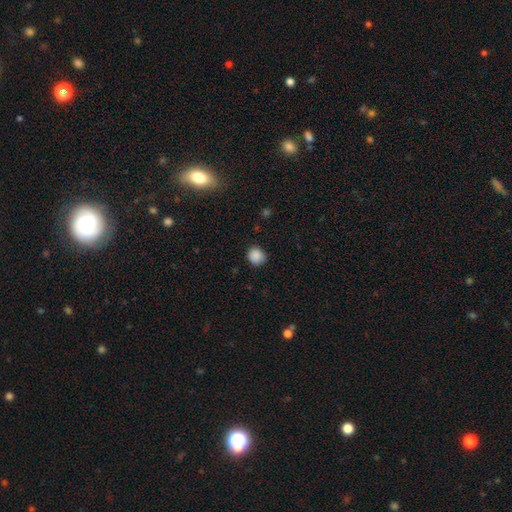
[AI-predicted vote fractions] Morphology: type=smooth (88%); roundness=round (82%); merging=none (83%).